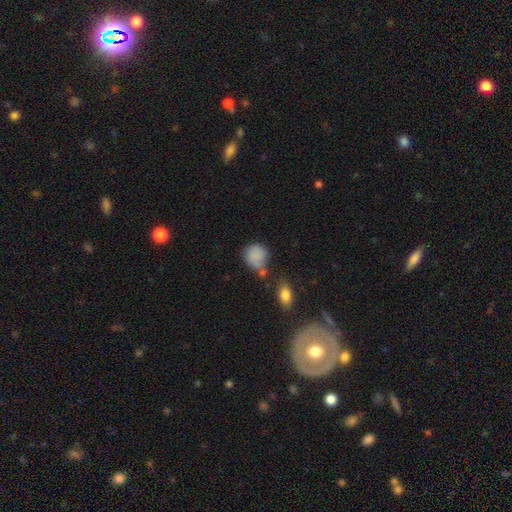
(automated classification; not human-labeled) Q: Smooth or featured?
A: smooth (84%); runner-up: star or artifact (9%)
Q: How rounded?
A: round (78%); runner-up: in between (20%)
Q: Merging?
A: none (53%); runner-up: minor disturbance (23%)